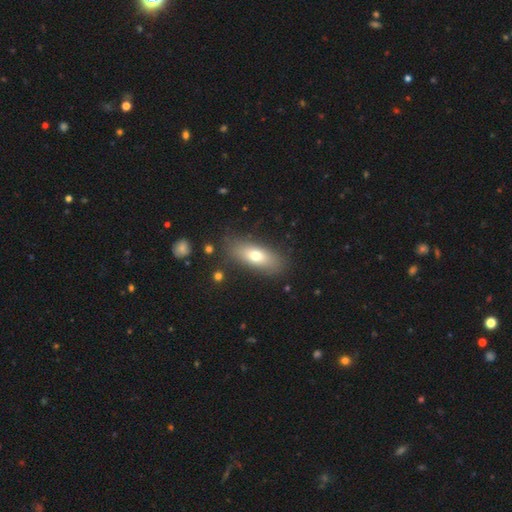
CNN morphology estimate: Smooth or featured? Predicted: smooth (p=0.68). How rounded? Predicted: in between (p=0.71). Merging? Predicted: none (p=0.82).